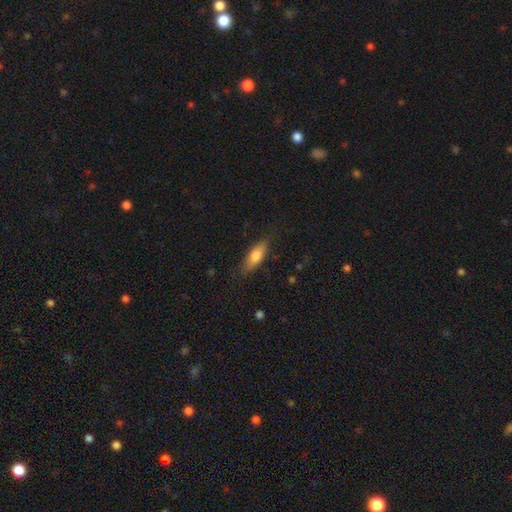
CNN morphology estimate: smooth_or_featured: smooth (p=0.76) [alt: featured or disk p=0.18]
how_rounded: in between (p=0.64) [alt: cigar-shaped p=0.34]
merging: none (p=0.80) [alt: minor disturbance p=0.15]